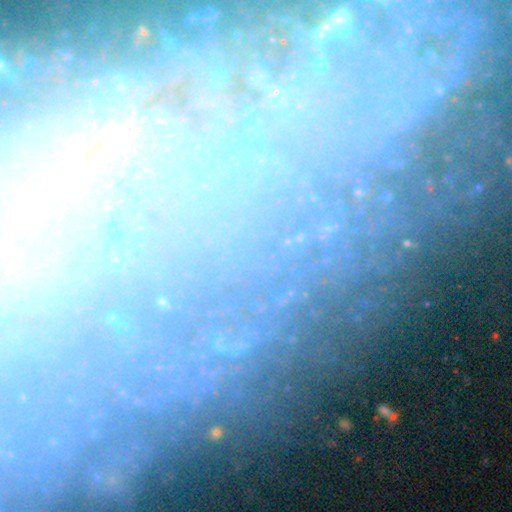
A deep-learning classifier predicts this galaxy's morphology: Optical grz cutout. It shows a star or artifact, not a galaxy (49%).